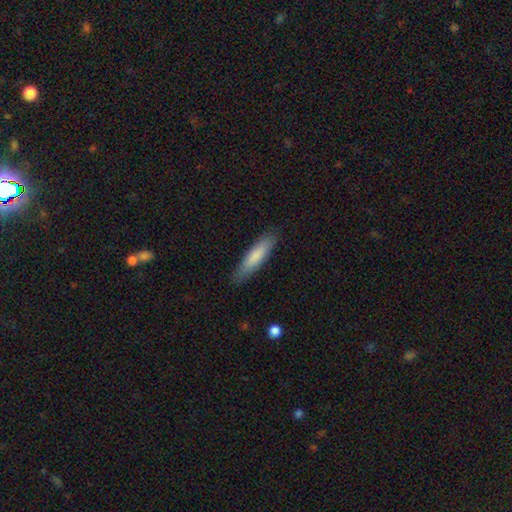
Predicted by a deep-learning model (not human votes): Smooth or featured? Predicted: smooth (p=0.80). How rounded? Predicted: cigar-shaped (p=0.77). Merging? Predicted: none (p=0.86).